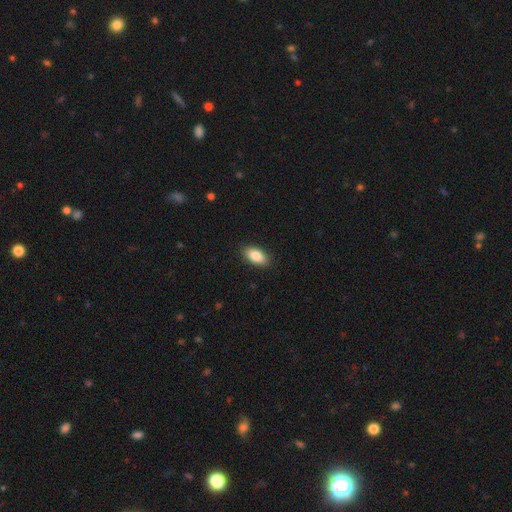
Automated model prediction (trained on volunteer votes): Morphology: type=smooth (87%); roundness=in between (92%); merging=none (89%).